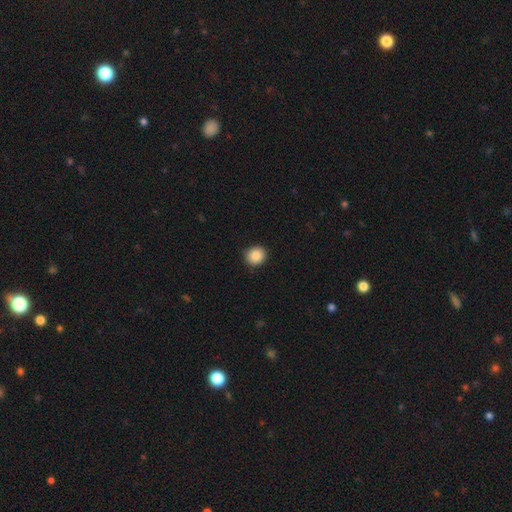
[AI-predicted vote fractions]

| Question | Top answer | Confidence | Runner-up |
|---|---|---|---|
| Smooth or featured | smooth | 87% | star or artifact (9%) |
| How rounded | round | 88% | in between (11%) |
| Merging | none | 90% | minor disturbance (7%) |